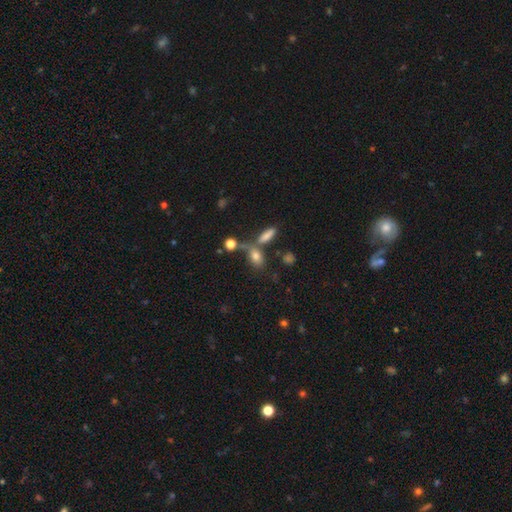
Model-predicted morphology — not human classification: smooth 72%, featured or disk 14%, star or artifact 14%. Down the decision tree: how rounded — in between (72%); merging — none (49%).